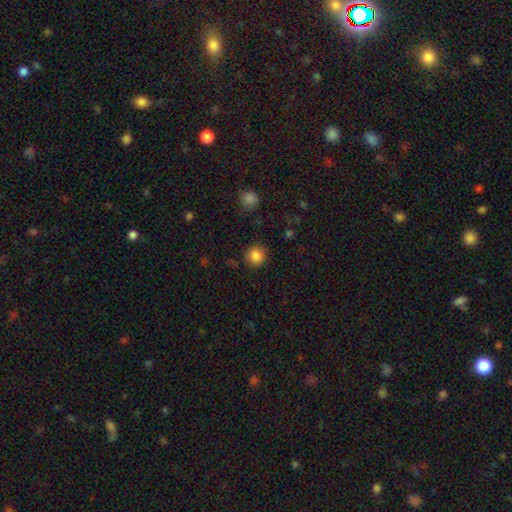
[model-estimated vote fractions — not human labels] This is clearly a smooth galaxy (85%). How rounded: clearly round (92%). Merging: clearly none (88%).